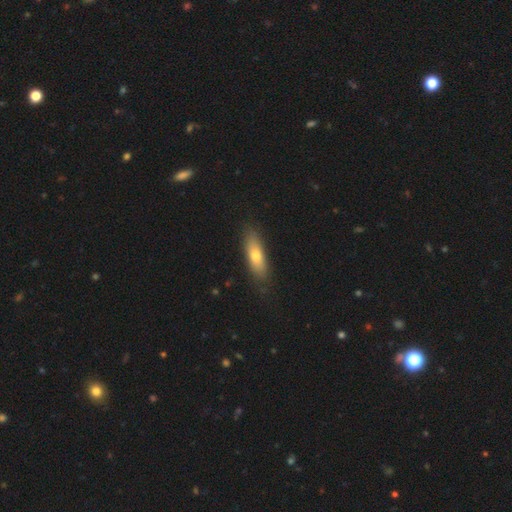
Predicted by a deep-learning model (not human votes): Smooth or featured?
  - smooth: 66% *
  - featured or disk: 27%
  - star or artifact: 7%
How rounded?
  - in between: 49% *
  - cigar-shaped: 48%
  - round: 3%
Merging?
  - none: 82% *
  - minor disturbance: 13%
  - major disturbance: 3%
  - merger: 1%